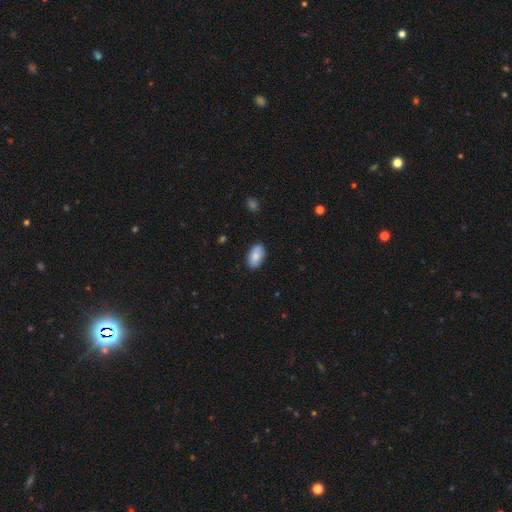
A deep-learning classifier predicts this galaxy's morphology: Smooth or featured?
  - smooth: 82% *
  - featured or disk: 12%
  - star or artifact: 6%
How rounded?
  - in between: 94% *
  - round: 4%
  - cigar-shaped: 2%
Merging?
  - none: 85% *
  - minor disturbance: 12%
  - major disturbance: 2%
  - merger: 2%